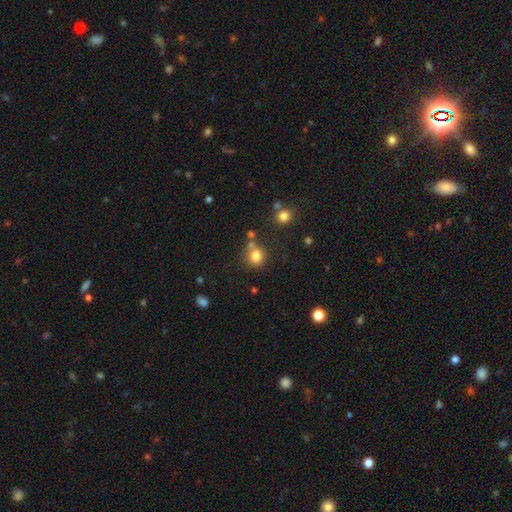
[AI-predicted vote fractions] Overall: smooth (80%). How rounded: round (83%). Merging: none (67%).